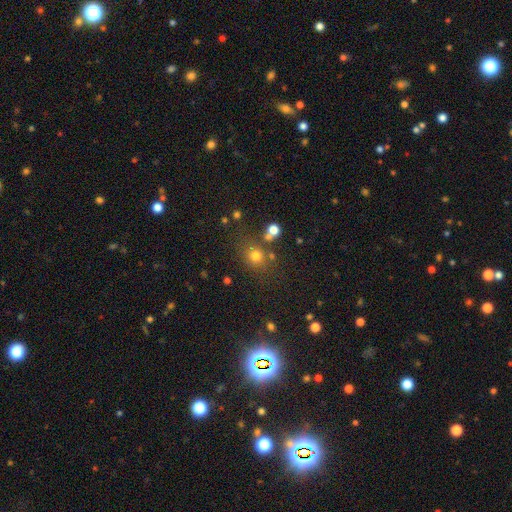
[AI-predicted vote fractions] Smooth or featured: smooth — 73% (star or artifact — 18%)
How rounded: round — 75% (in between — 24%)
Merging: none — 69% (minor disturbance — 13%)